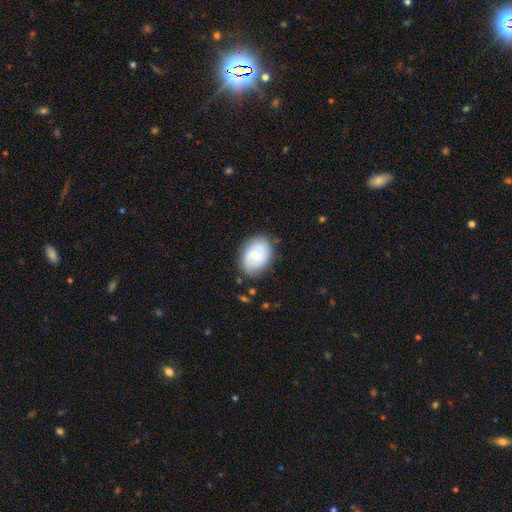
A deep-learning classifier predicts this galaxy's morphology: A smooth galaxy with no disk features (62%) that is in between round and cigar-shaped (75%).

Vote fractions:
- Smooth or featured? smooth: 62% / featured or disk: 31% / star or artifact: 7%
- How rounded? in between: 75% / round: 24% / cigar-shaped: 1%
- Merging? none: 77% / minor disturbance: 17% / major disturbance: 4% / merger: 2%